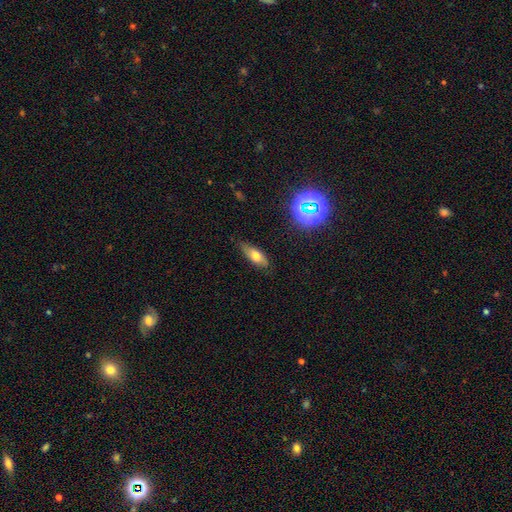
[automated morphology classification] A smooth galaxy with no disk features (67%) that is in between round and cigar-shaped (70%).

Vote fractions:
- Smooth or featured? smooth: 67% / featured or disk: 22% / star or artifact: 12%
- How rounded? in between: 70% / cigar-shaped: 26% / round: 4%
- Merging? none: 74% / minor disturbance: 20% / major disturbance: 4% / merger: 2%